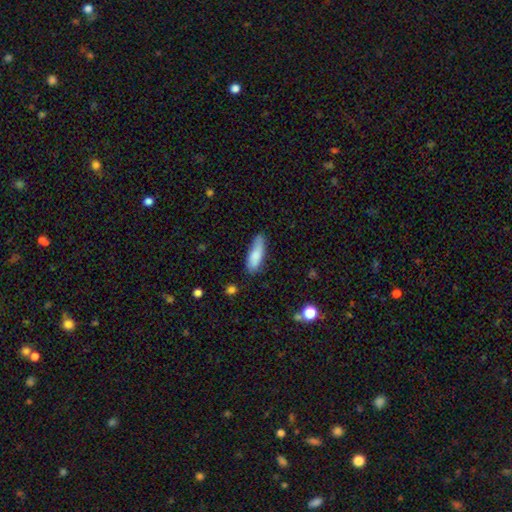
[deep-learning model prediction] The model was most divided on "how rounded": in between: 55%, cigar-shaped: 44%, round: 2%. More confident: smooth or featured — smooth (82%); merging — none (66%).